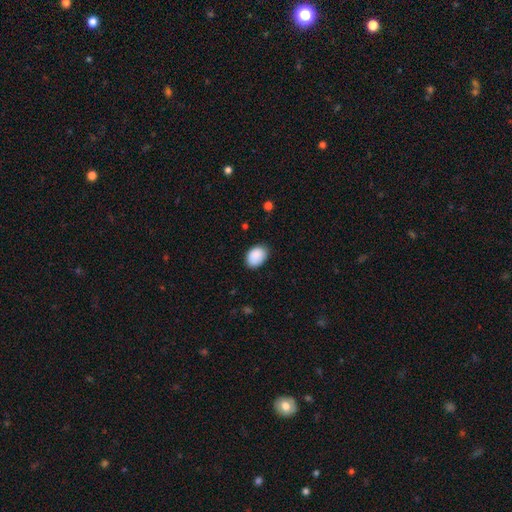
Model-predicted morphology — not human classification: Smooth or featured?
  - smooth: 90% *
  - star or artifact: 7%
  - featured or disk: 4%
How rounded?
  - in between: 79% *
  - round: 20%
  - cigar-shaped: 1%
Merging?
  - none: 82% *
  - minor disturbance: 14%
  - major disturbance: 2%
  - merger: 1%